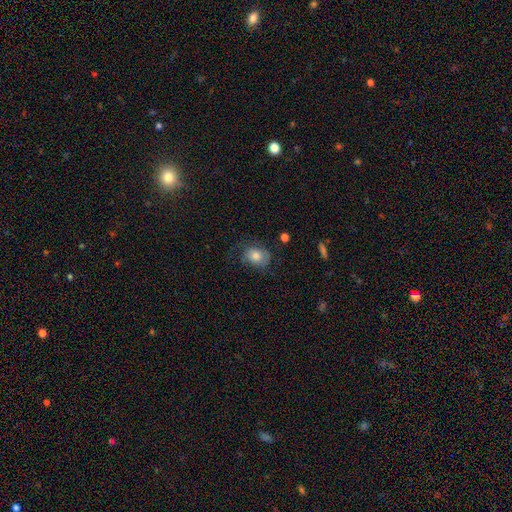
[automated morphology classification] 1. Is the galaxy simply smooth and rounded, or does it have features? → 68% smooth, 23% featured or disk, 9% star or artifact.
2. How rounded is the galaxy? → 55% in between, 44% round, 1% cigar-shaped.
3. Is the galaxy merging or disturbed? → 60% none, 24% minor disturbance, 14% major disturbance, 2% merger.